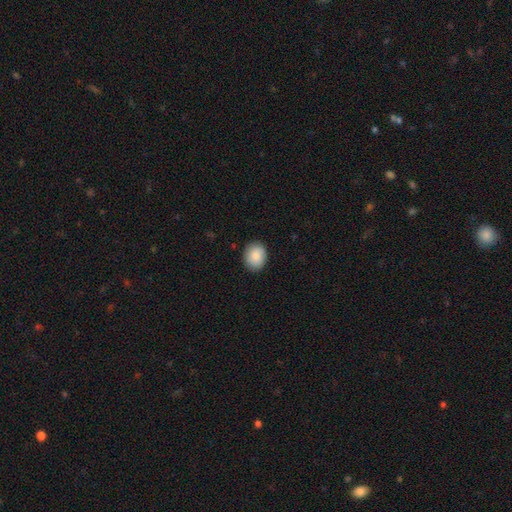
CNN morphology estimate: Smooth or featured? Predicted: smooth (p=0.86). How rounded? Predicted: in between (p=0.52). Merging? Predicted: none (p=0.87).